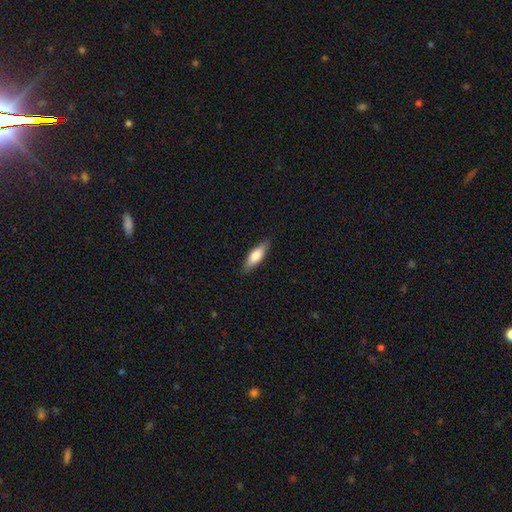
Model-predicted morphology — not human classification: Smooth or featured: smooth — 66% (featured or disk — 28%)
How rounded: cigar-shaped — 50% (in between — 47%)
Merging: none — 86% (minor disturbance — 11%)